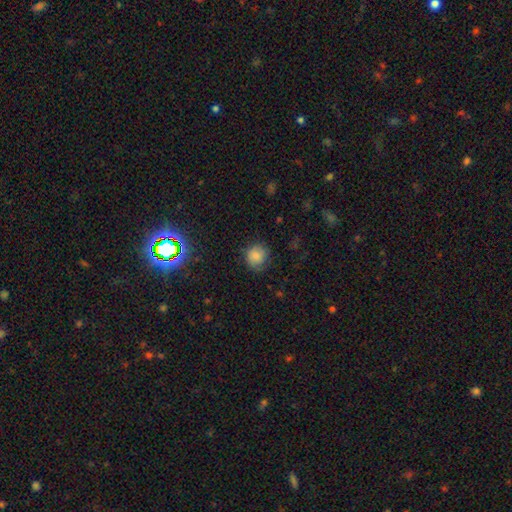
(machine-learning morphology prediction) This is clearly a smooth galaxy (81%). How rounded: clearly round (85%). Merging: likely none (74%).